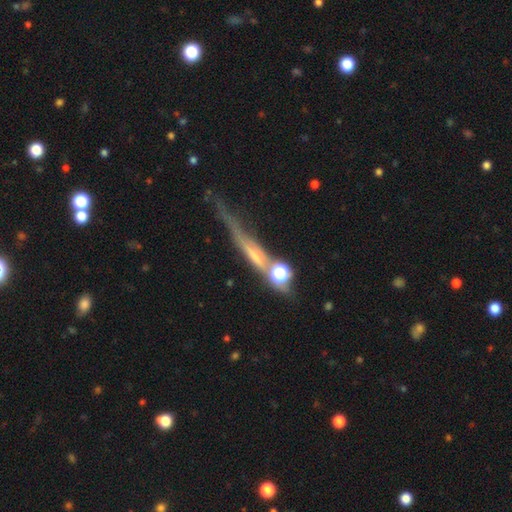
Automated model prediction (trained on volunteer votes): Smooth or featured? Predicted: featured or disk (p=0.60). Edge-on disk? Predicted: yes (p=0.89). Edge-on bulge? Predicted: none (p=0.47). Merging? Predicted: none (p=0.55).